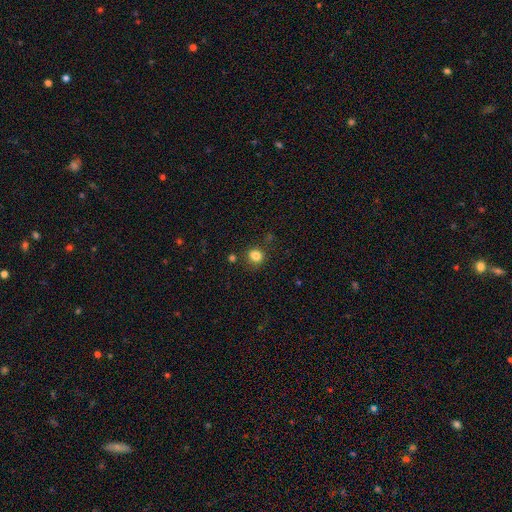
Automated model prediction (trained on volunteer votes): This appears to be a smooth galaxy with no disk features (82%) that is round (74%). Merging: none (77%).